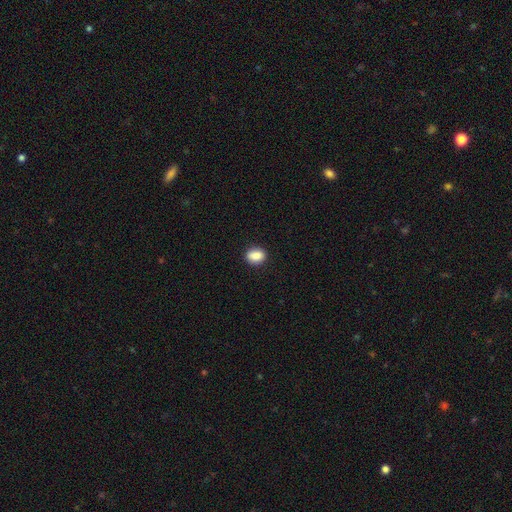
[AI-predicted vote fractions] Smooth or featured: smooth — 87% (star or artifact — 8%)
How rounded: in between — 58% (round — 41%)
Merging: none — 86% (minor disturbance — 10%)